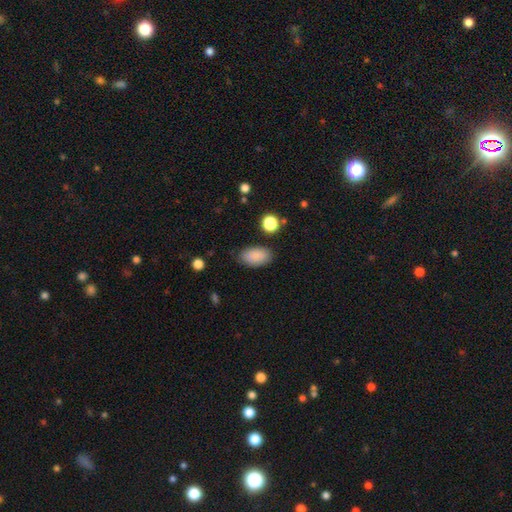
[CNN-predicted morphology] Smooth or featured? Predicted: smooth (p=0.86). How rounded? Predicted: in between (p=0.92). Merging? Predicted: none (p=0.77).